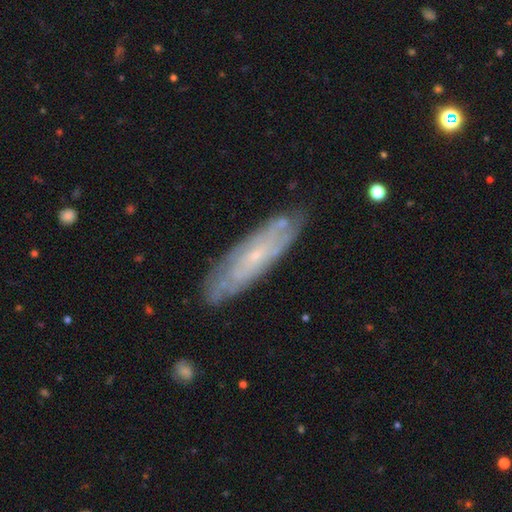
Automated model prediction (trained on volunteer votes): Morphology: type=featured or disk (65%); edge-on=no (69%); merging=none (82%).